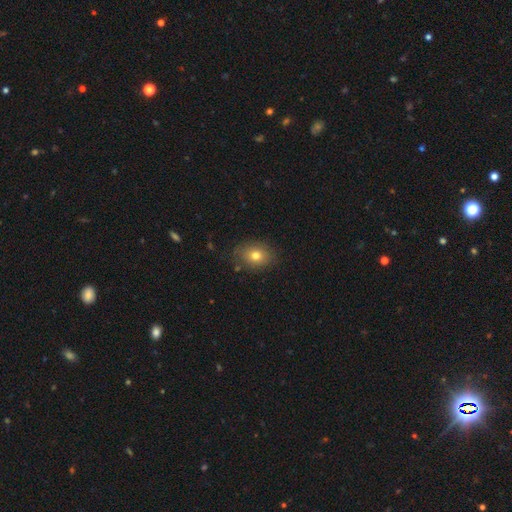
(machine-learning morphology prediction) A smooth galaxy with no disk features (75%) that is in between round and cigar-shaped (59%). Merging: none (79%).